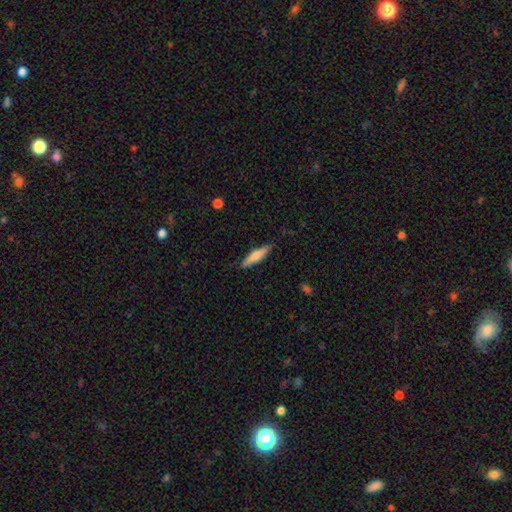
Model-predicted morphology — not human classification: Smooth or featured?
  - smooth: 64% *
  - featured or disk: 31%
  - star or artifact: 6%
How rounded?
  - cigar-shaped: 83% *
  - in between: 15%
  - round: 2%
Merging?
  - none: 88% *
  - minor disturbance: 9%
  - major disturbance: 2%
  - merger: 1%